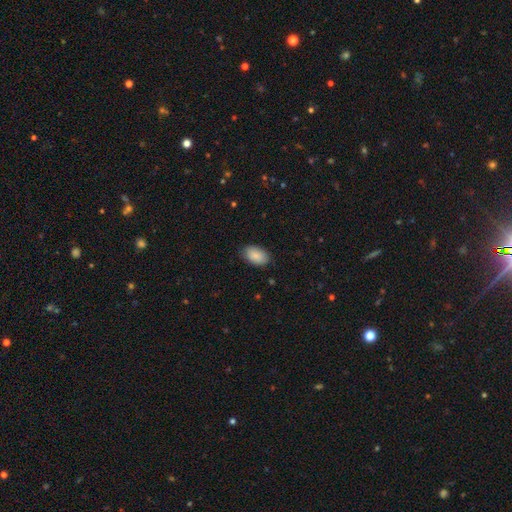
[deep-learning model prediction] This is clearly a smooth galaxy (88%). How rounded: clearly in between (93%). Merging: clearly none (84%).